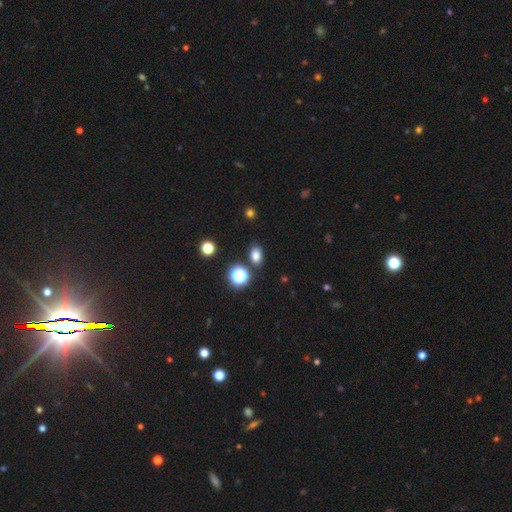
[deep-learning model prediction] Q: Smooth or featured?
A: smooth (79%); runner-up: star or artifact (16%)
Q: How rounded?
A: in between (72%); runner-up: round (26%)
Q: Merging?
A: none (82%); runner-up: minor disturbance (10%)